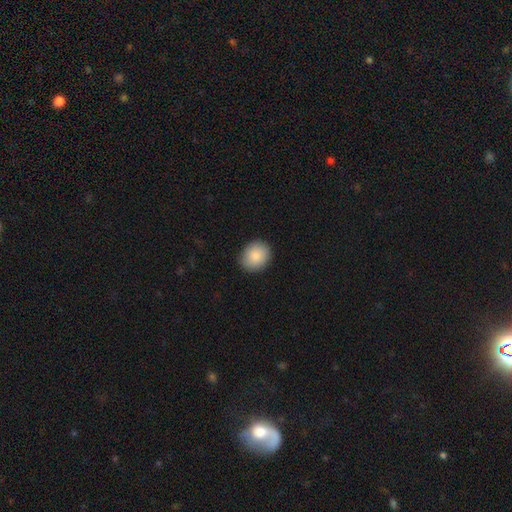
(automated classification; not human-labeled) Smooth or featured? Predicted: smooth (p=0.88). How rounded? Predicted: round (p=0.63). Merging? Predicted: none (p=0.87).